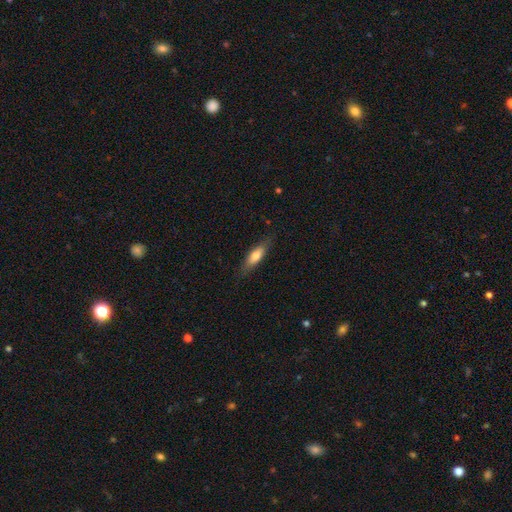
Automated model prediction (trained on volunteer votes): Morphology: type=smooth (70%); roundness=cigar-shaped (54%); merging=none (82%).